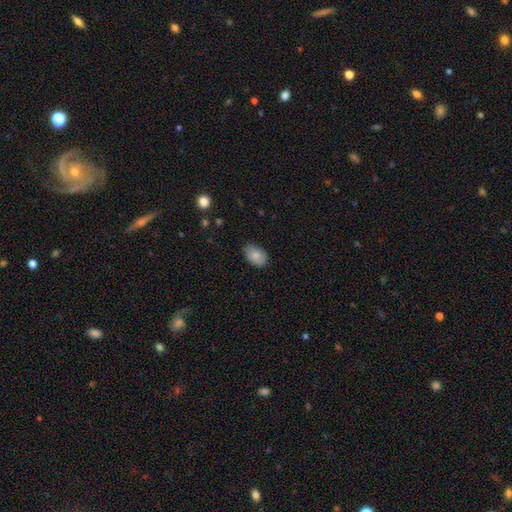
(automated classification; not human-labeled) Q: Smooth or featured?
A: smooth (84%); runner-up: featured or disk (9%)
Q: How rounded?
A: in between (87%); runner-up: round (11%)
Q: Merging?
A: none (82%); runner-up: minor disturbance (15%)